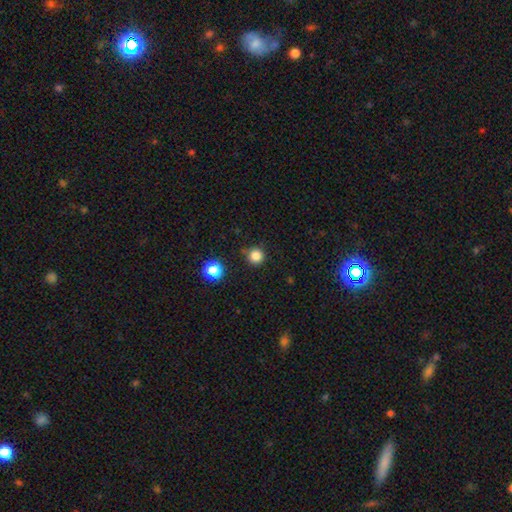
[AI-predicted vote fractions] A smooth galaxy with no disk features (83%) that is round (95%).

Vote fractions:
- Smooth or featured? smooth: 83% / star or artifact: 14% / featured or disk: 4%
- How rounded? round: 95% / in between: 4% / cigar-shaped: 1%
- Merging? none: 86% / minor disturbance: 8% / merger: 3% / major disturbance: 2%